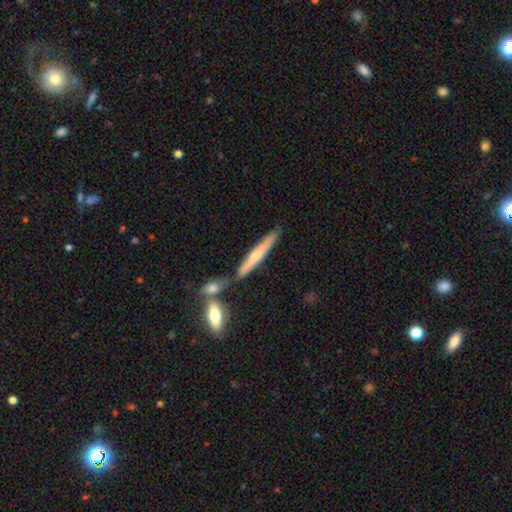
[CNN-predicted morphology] The model was most divided on "smooth or featured": smooth: 50%, featured or disk: 44%, star or artifact: 6%. More confident: how rounded — cigar-shaped (92%); merging — none (69%).